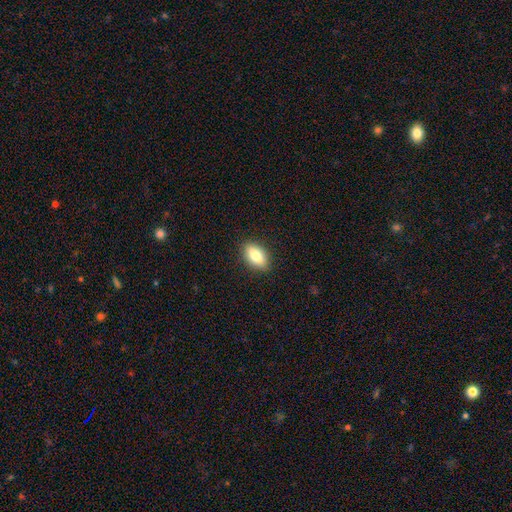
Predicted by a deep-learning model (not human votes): Smooth or featured? Predicted: smooth (p=0.80). How rounded? Predicted: in between (p=0.88). Merging? Predicted: none (p=0.88).